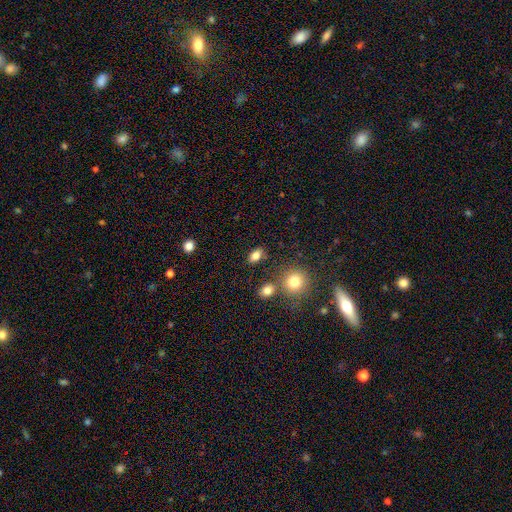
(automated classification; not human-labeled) The model was most divided on "how rounded": in between: 83%, round: 15%, cigar-shaped: 2%. More confident: smooth or featured — smooth (82%); merging — none (80%).